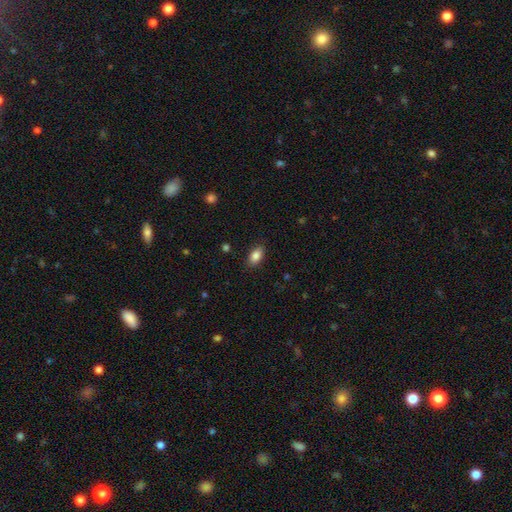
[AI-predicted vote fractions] A smooth galaxy with no disk features (85%) that is in between round and cigar-shaped (90%).

Vote fractions:
- Smooth or featured? smooth: 85% / star or artifact: 8% / featured or disk: 7%
- How rounded? in between: 90% / round: 7% / cigar-shaped: 3%
- Merging? none: 87% / minor disturbance: 10% / major disturbance: 2% / merger: 1%